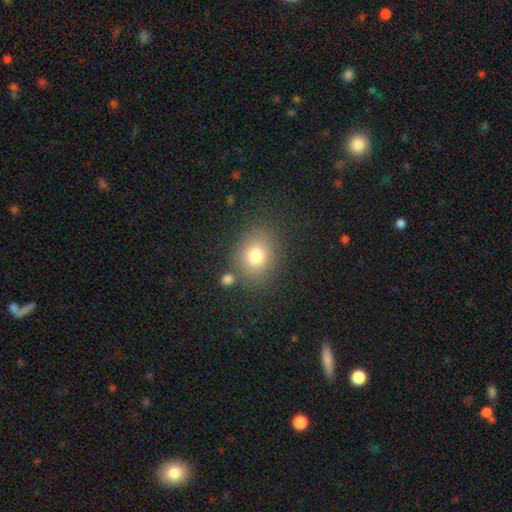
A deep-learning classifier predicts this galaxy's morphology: A smooth galaxy with no disk features (78%) that is round (58%). Merging: none (79%).